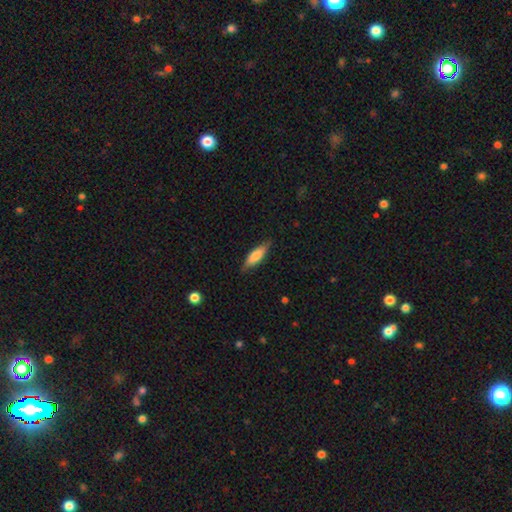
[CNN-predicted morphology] Q: Smooth or featured?
A: smooth (75%); runner-up: featured or disk (20%)
Q: How rounded?
A: in between (50%); runner-up: cigar-shaped (48%)
Q: Merging?
A: none (80%); runner-up: minor disturbance (16%)